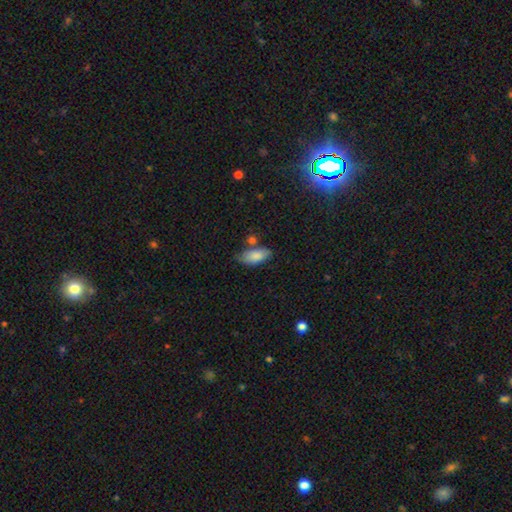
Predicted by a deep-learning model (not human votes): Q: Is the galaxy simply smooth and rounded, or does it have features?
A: smooth — 84%.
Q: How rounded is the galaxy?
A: in between — 90%.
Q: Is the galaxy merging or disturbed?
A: none — 60%.